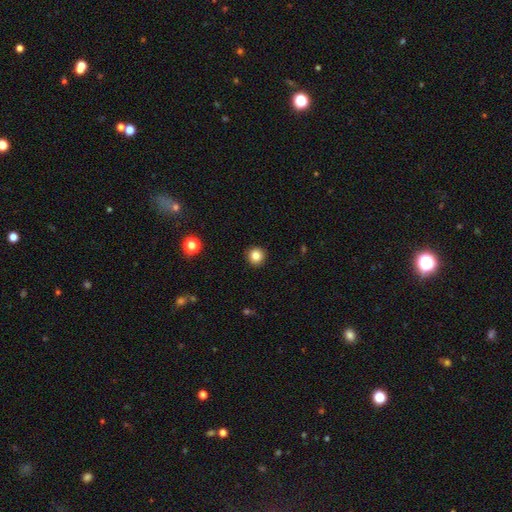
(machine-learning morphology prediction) smooth 84%, star or artifact 11%, featured or disk 5%. Down the decision tree: how rounded — round (95%); merging — none (93%).